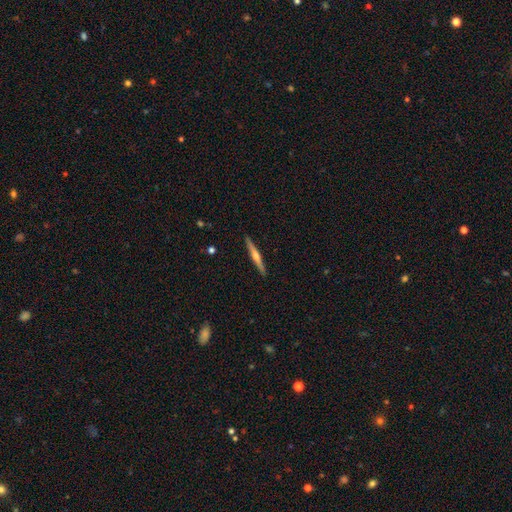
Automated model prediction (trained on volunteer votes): Smooth or featured?
  - featured or disk: 71% *
  - smooth: 24%
  - star or artifact: 5%
Edge-on disk?
  - yes: 98% *
  - no: 2%
Edge-on bulge?
  - rounded: 85% *
  - none: 9%
  - boxy: 5%
Merging?
  - none: 92% *
  - minor disturbance: 6%
  - major disturbance: 1%
  - merger: 1%